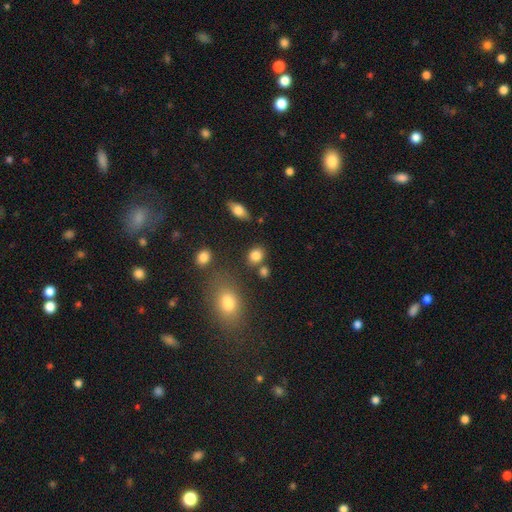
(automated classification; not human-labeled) smooth-or-featured: smooth: 82% | star or artifact: 11% | featured or disk: 7%
  how-rounded: round: 61% | in between: 38% | cigar-shaped: 1%
  merging: none: 72% | merger: 12% | minor disturbance: 11% | major disturbance: 4%